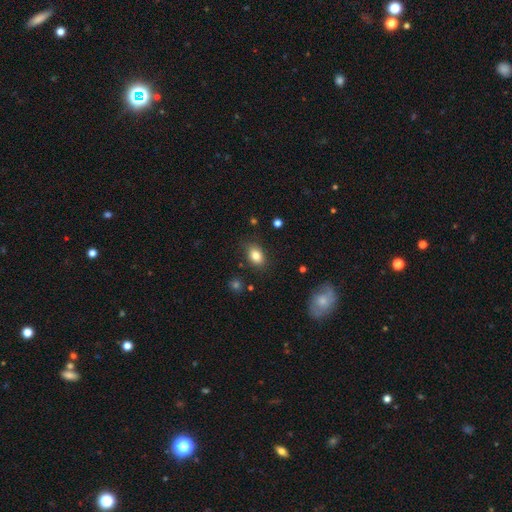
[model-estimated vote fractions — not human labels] A smooth galaxy with no disk features (83%) that is in between round and cigar-shaped (77%).

Vote fractions:
- Smooth or featured? smooth: 83% / star or artifact: 10% / featured or disk: 8%
- How rounded? in between: 77% / round: 21% / cigar-shaped: 1%
- Merging? none: 82% / minor disturbance: 13% / major disturbance: 3% / merger: 2%